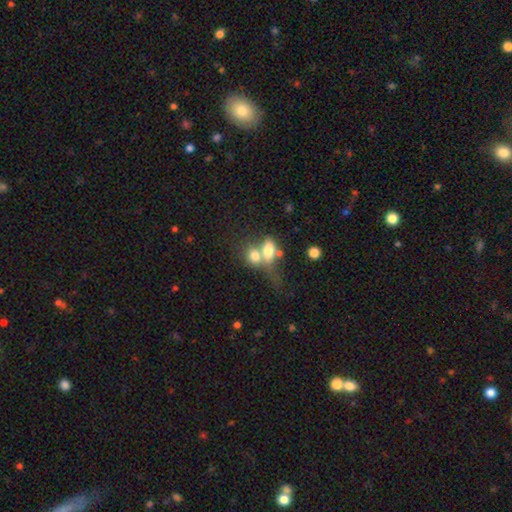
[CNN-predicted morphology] A smooth galaxy with no disk features (72%) that is in between round and cigar-shaped (68%).

Vote fractions:
- Smooth or featured? smooth: 72% / featured or disk: 19% / star or artifact: 9%
- How rounded? in between: 68% / round: 28% / cigar-shaped: 4%
- Merging? merger: 69% / none: 17% / minor disturbance: 7% / major disturbance: 7%